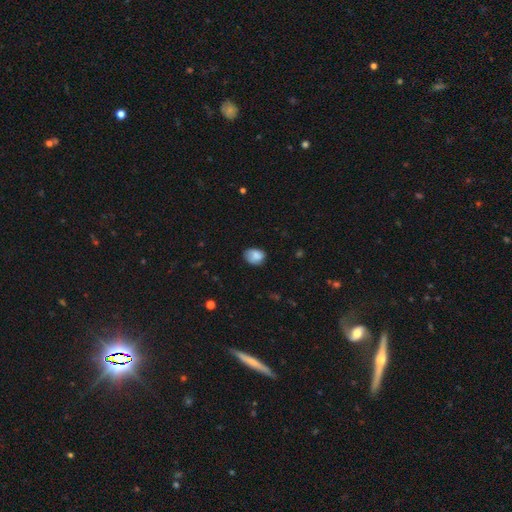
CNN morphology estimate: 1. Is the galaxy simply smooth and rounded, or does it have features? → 81% smooth, 11% featured or disk, 8% star or artifact.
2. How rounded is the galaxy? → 60% in between, 39% round, 1% cigar-shaped.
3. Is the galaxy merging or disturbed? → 63% none, 28% minor disturbance, 7% major disturbance, 2% merger.